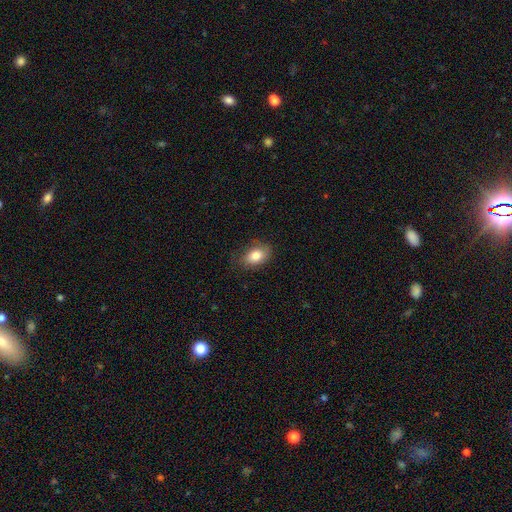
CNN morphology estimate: This appears to be a smooth galaxy with no disk features (82%) that is in between round and cigar-shaped (83%). Merging: none (76%).